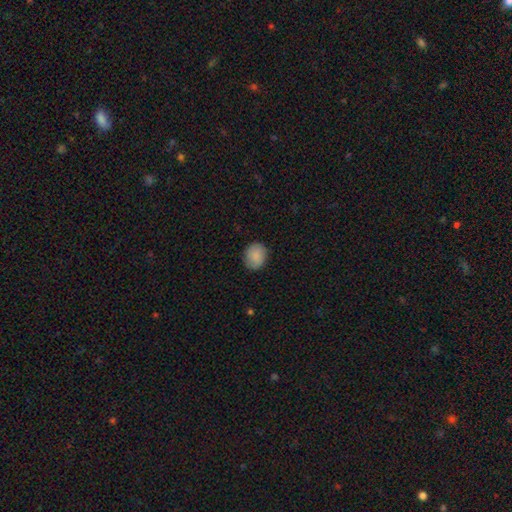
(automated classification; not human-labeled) Smooth or featured? Predicted: smooth (p=0.86). How rounded? Predicted: round (p=0.66). Merging? Predicted: none (p=0.84).